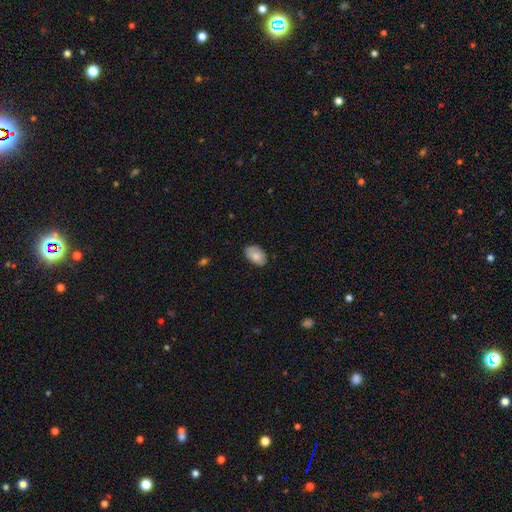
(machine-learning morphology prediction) smooth_or_featured: smooth (p=0.82) [alt: featured or disk p=0.11]
how_rounded: in between (p=0.92) [alt: round p=0.07]
merging: none (p=0.82) [alt: minor disturbance p=0.14]